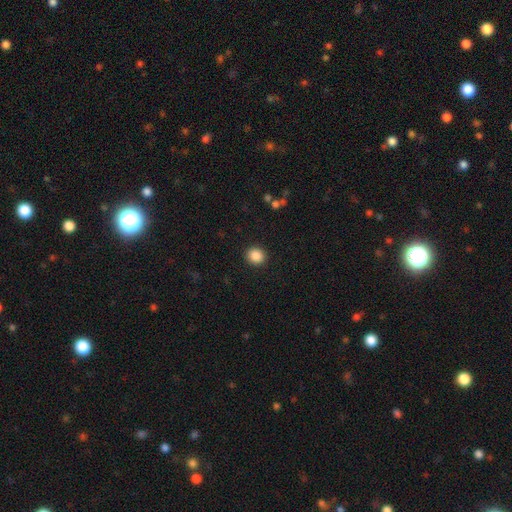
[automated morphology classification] Overall: smooth (87%). How rounded: round (81%). Merging: none (91%).